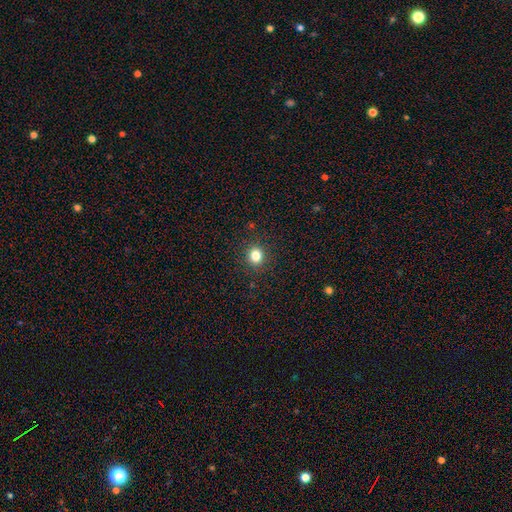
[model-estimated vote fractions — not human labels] Smooth or featured? Predicted: smooth (p=0.82). How rounded? Predicted: round (p=0.83). Merging? Predicted: none (p=0.90).